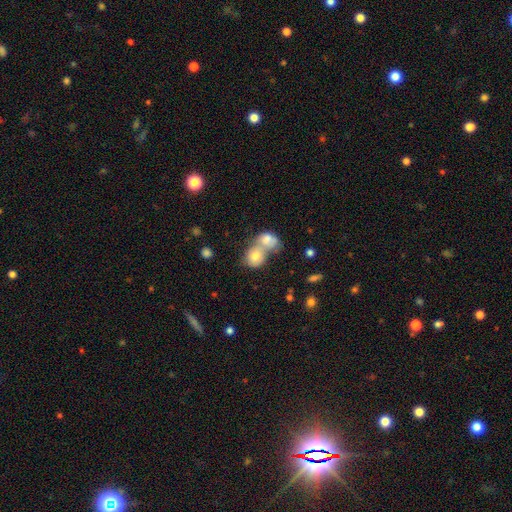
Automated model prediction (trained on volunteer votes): smooth_or_featured: smooth (p=0.55) [alt: star or artifact p=0.25]
how_rounded: round (p=0.58) [alt: in between p=0.38]
merging: merger (p=0.53) [alt: none p=0.35]